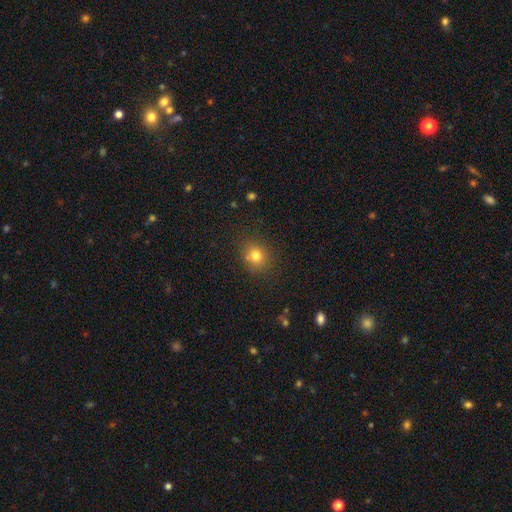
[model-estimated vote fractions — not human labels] smooth 77%, star or artifact 15%, featured or disk 8%. Down the decision tree: how rounded — round (77%); merging — none (82%).